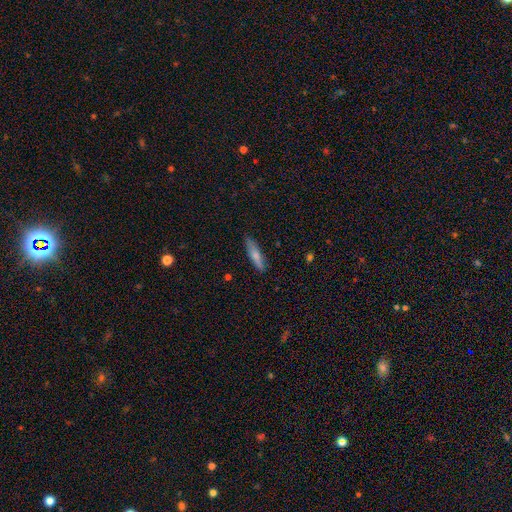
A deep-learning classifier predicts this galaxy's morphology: smooth_or_featured: smooth (p=0.73) [alt: featured or disk p=0.21]
how_rounded: cigar-shaped (p=0.79) [alt: in between p=0.19]
merging: none (p=0.85) [alt: minor disturbance p=0.12]